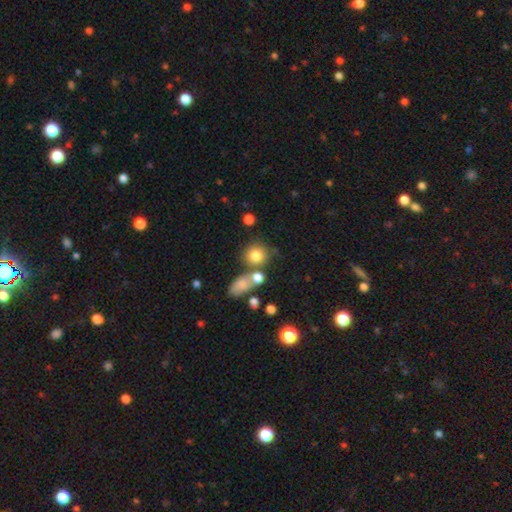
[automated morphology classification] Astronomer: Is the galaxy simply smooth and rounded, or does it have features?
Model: smooth — 80%.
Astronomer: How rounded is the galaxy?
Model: round — 82%.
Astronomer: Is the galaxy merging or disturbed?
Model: none — 59%.